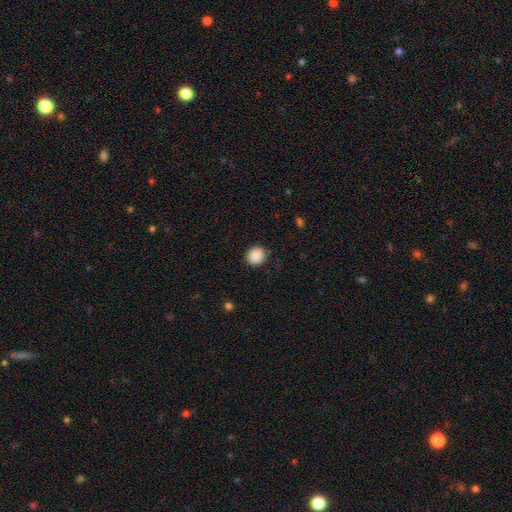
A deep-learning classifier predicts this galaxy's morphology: Smooth or featured: smooth — 89% (star or artifact — 8%)
How rounded: round — 79% (in between — 20%)
Merging: none — 85% (minor disturbance — 11%)